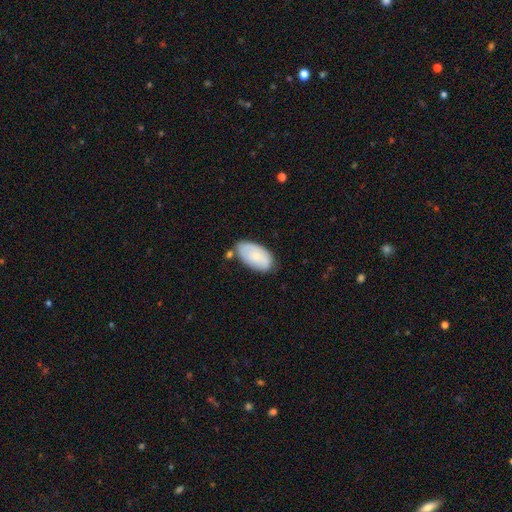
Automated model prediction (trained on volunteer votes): This is likely a smooth galaxy (72%). How rounded: clearly in between (95%). Merging: likely none (68%).